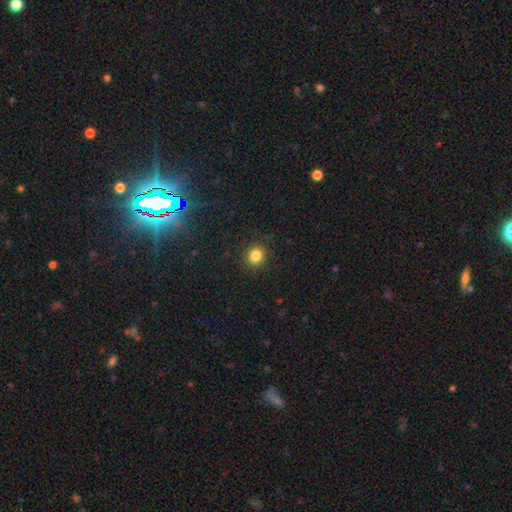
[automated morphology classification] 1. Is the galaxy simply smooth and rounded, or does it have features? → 84% smooth, 12% star or artifact, 4% featured or disk.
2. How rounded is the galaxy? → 80% round, 19% in between, 1% cigar-shaped.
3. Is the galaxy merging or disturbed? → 90% none, 7% minor disturbance, 3% major disturbance, 1% merger.